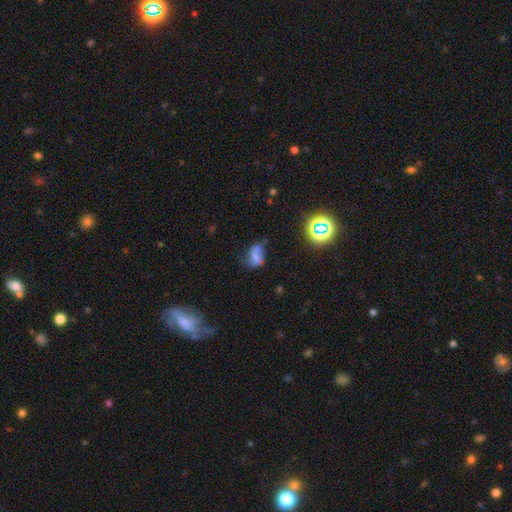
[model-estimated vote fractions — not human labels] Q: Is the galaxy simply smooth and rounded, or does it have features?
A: smooth — 50%.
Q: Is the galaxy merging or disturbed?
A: none — 35%.